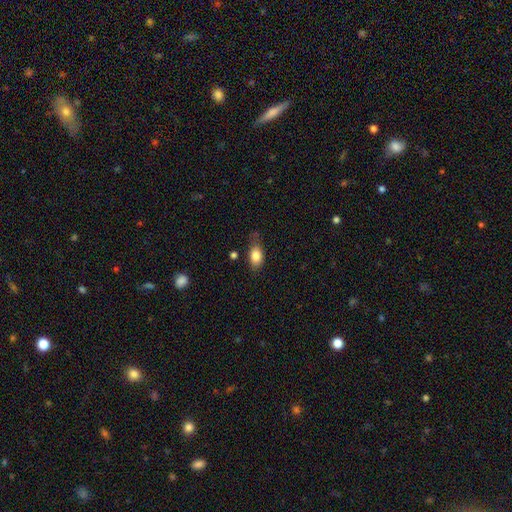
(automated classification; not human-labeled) A smooth galaxy with no disk features (83%) that is in between round and cigar-shaped (85%).

Vote fractions:
- Smooth or featured? smooth: 83% / featured or disk: 9% / star or artifact: 8%
- How rounded? in between: 85% / round: 12% / cigar-shaped: 3%
- Merging? none: 63% / minor disturbance: 26% / major disturbance: 8% / merger: 3%